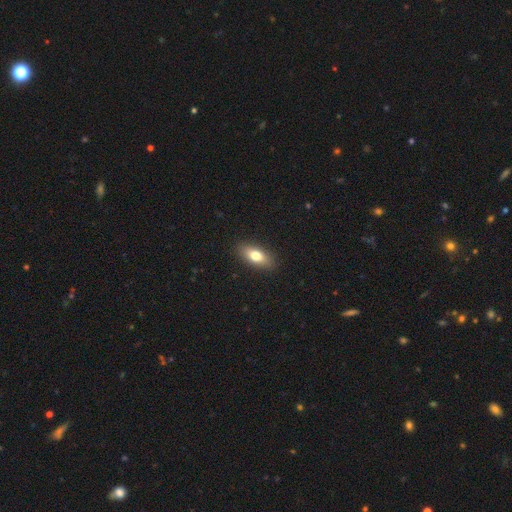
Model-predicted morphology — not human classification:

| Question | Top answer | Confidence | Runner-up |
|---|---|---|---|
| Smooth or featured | smooth | 77% | featured or disk (16%) |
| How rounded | in between | 79% | cigar-shaped (17%) |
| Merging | none | 89% | minor disturbance (8%) |